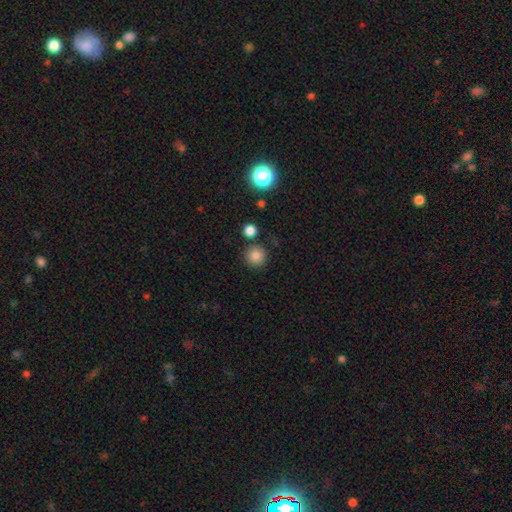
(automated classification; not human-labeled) smooth-or-featured: smooth: 83% | star or artifact: 12% | featured or disk: 5%
  how-rounded: round: 94% | in between: 5% | cigar-shaped: 1%
  merging: none: 84% | minor disturbance: 8% | merger: 6% | major disturbance: 3%